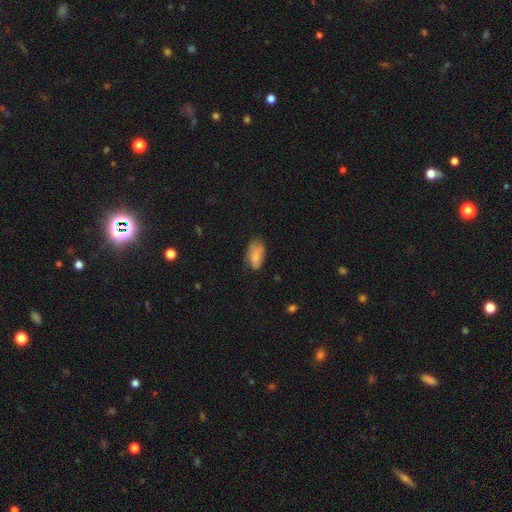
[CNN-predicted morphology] A smooth galaxy with no disk features (79%) that is in between round and cigar-shaped (92%).

Vote fractions:
- Smooth or featured? smooth: 79% / featured or disk: 12% / star or artifact: 9%
- How rounded? in between: 92% / cigar-shaped: 4% / round: 4%
- Merging? none: 51% / minor disturbance: 34% / major disturbance: 13% / merger: 2%